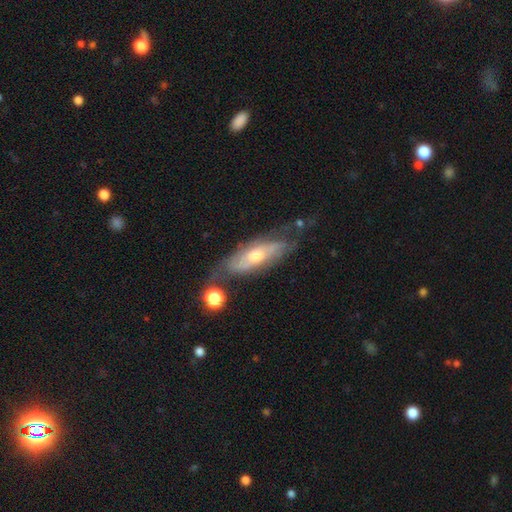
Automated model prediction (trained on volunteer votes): Overall: featured or disk (68%). Edge-on disk: no (75%). Bar: no (70%). Spiral arms: yes (72%). Bulge size: moderate (62%; small 30%). Merging: none (56%; minor disturbance 25%).